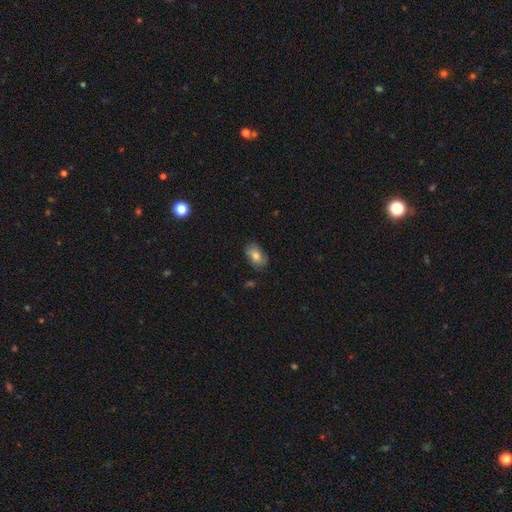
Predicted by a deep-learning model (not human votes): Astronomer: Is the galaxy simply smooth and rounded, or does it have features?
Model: smooth — 75%.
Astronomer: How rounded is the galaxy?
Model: in between — 89%.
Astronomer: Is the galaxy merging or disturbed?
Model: none — 75%.